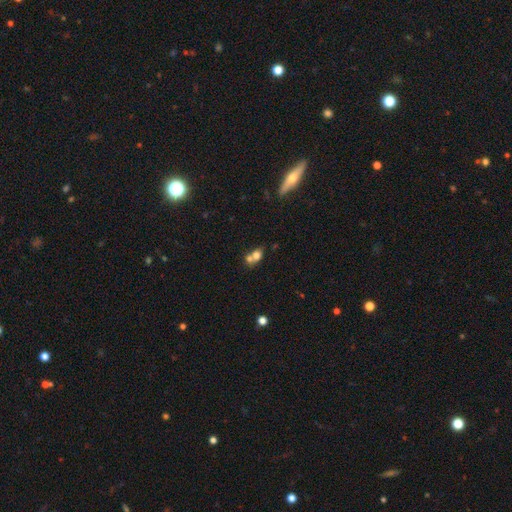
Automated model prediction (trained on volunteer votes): A smooth galaxy with no disk features (70%) that is round (49%, tied with in between).

Vote fractions:
- Smooth or featured? smooth: 70% / featured or disk: 18% / star or artifact: 12%
- How rounded? round: 49% (tied) / in between: 49% (tied) / cigar-shaped: 2%
- Merging? merger: 62% / none: 27% / minor disturbance: 7% / major disturbance: 4%